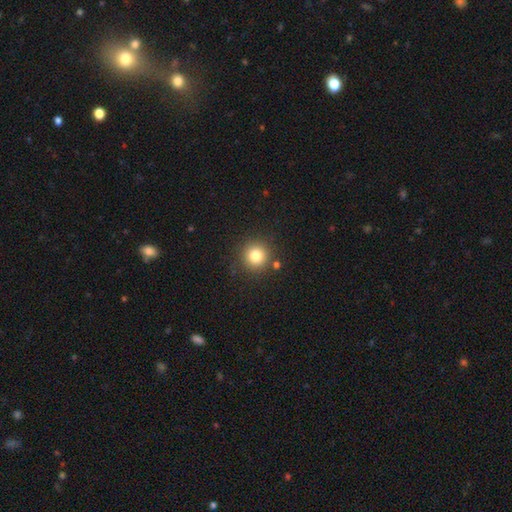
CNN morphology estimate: Smooth or featured?
  - smooth: 81% *
  - star or artifact: 12%
  - featured or disk: 7%
How rounded?
  - round: 94% *
  - in between: 5%
  - cigar-shaped: 1%
Merging?
  - none: 86% *
  - minor disturbance: 7%
  - merger: 4%
  - major disturbance: 3%